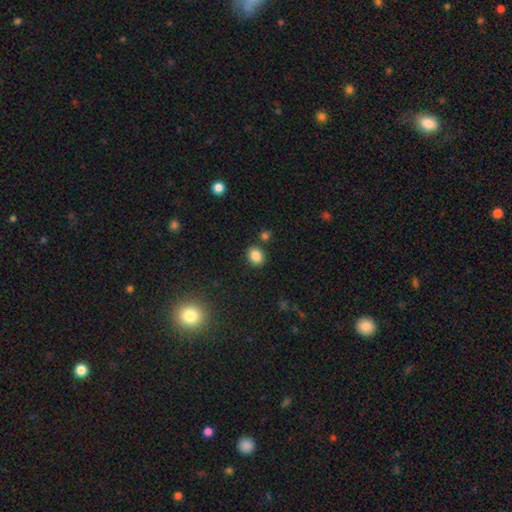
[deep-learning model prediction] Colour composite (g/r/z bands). It shows a smooth galaxy with no disk features (85%) that is round (54%). Merging: none (83%).